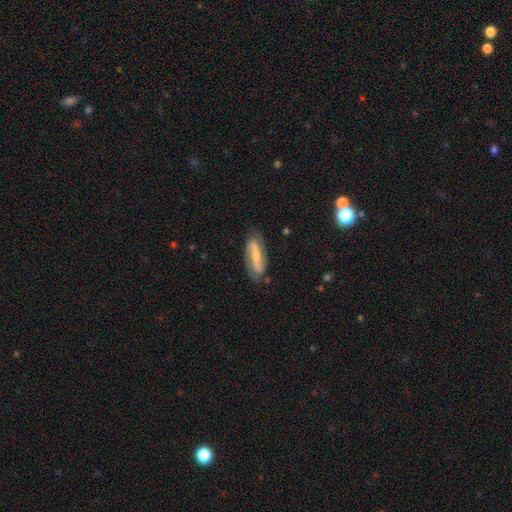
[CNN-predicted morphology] Smooth or featured: featured or disk — 68% (smooth — 26%)
Edge-on disk: no — 86% (yes — 14%)
Bar: strong — 48% (weak — 31%)
Spiral arms: yes — 89% (no — 11%)
Spiral winding: loose — 51% (medium — 32%)
Spiral arm count: 2 — 89% (can't tell — 6%)
Bulge size: small — 52% (moderate — 31%)
Merging: none — 80% (minor disturbance — 15%)